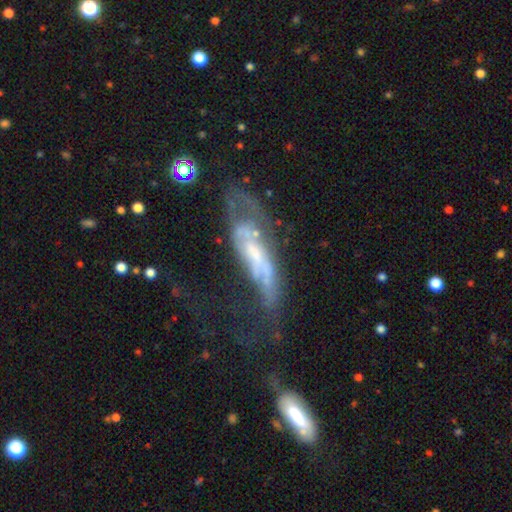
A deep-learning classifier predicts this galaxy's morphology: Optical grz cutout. It shows a featured or disk galaxy (67%). Merging: major disturbance (44%).